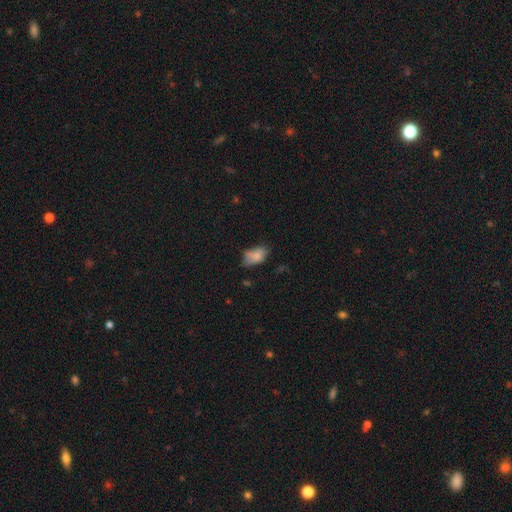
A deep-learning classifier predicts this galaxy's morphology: Q: Smooth or featured?
A: smooth (76%); runner-up: featured or disk (14%)
Q: How rounded?
A: in between (90%); runner-up: round (7%)
Q: Merging?
A: none (47%); runner-up: minor disturbance (34%)